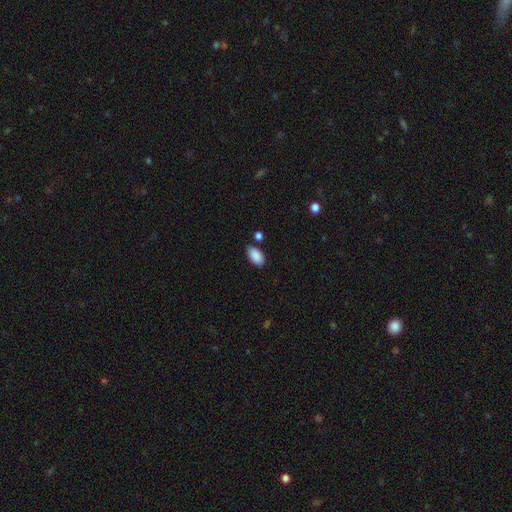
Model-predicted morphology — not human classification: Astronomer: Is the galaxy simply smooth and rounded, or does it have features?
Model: smooth — 89%.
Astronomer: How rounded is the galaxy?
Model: in between — 94%.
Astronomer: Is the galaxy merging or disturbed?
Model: none — 77%.